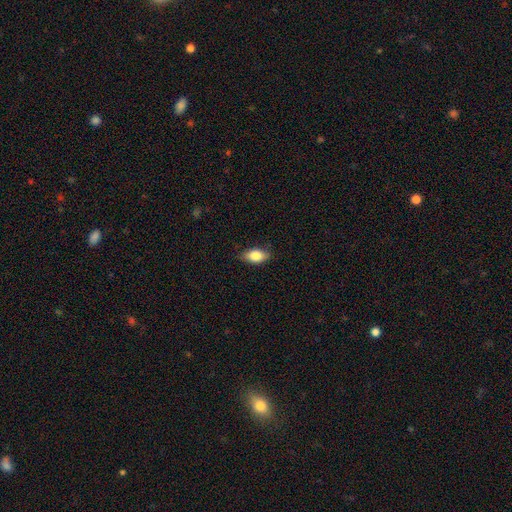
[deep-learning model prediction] smooth-or-featured: smooth: 81% | featured or disk: 11% | star or artifact: 7%
  how-rounded: in between: 88% | round: 6% | cigar-shaped: 6%
  merging: none: 82% | minor disturbance: 14% | major disturbance: 3% | merger: 1%